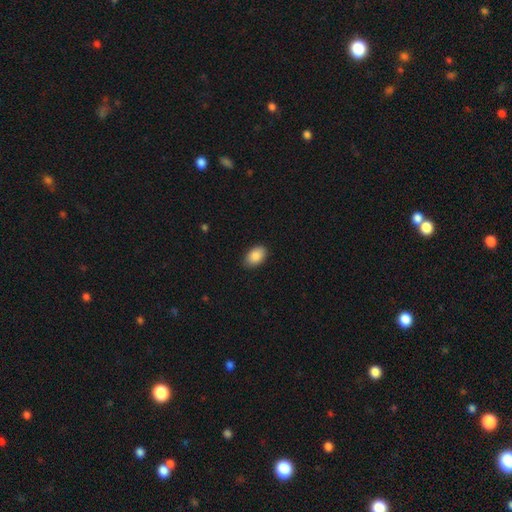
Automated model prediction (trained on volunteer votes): Smooth or featured? smooth (88%)
How rounded? in between (91%)
Merging? none (85%)